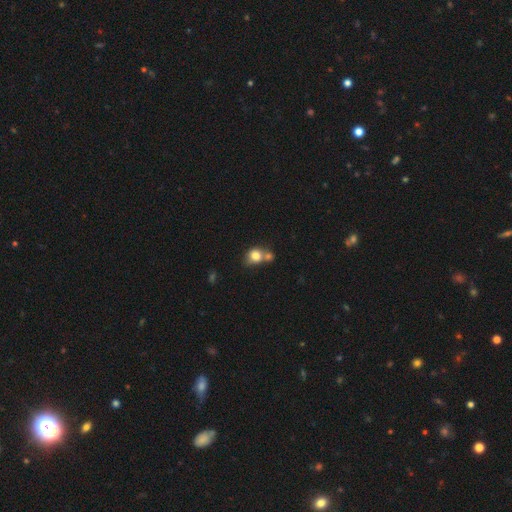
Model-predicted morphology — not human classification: Overall: smooth (79%). How rounded: round (70%). Merging: merger (46%; none 37%).